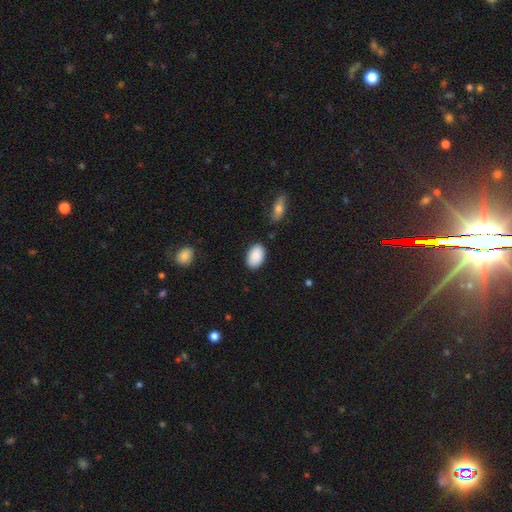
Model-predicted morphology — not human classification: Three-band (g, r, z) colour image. It shows a smooth galaxy with no disk features (89%) that is in between round and cigar-shaped (92%). Merging: none (85%).